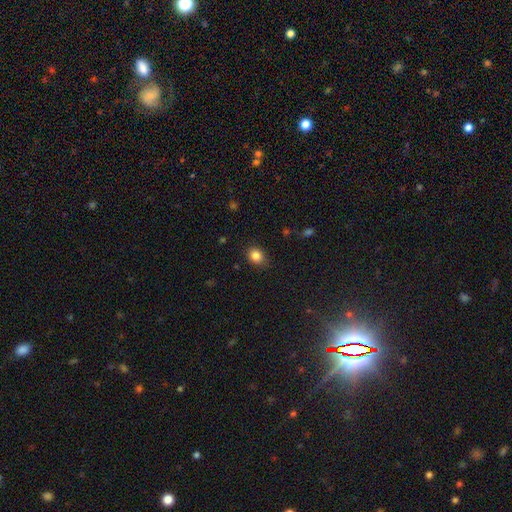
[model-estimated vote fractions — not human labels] Smooth or featured? Predicted: smooth (p=0.85). How rounded? Predicted: round (p=0.62). Merging? Predicted: none (p=0.81).